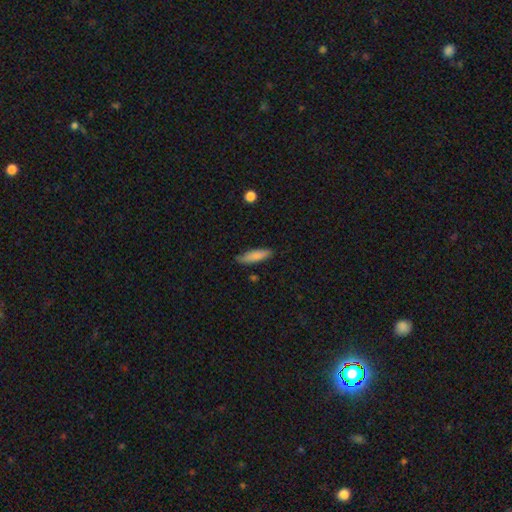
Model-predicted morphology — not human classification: This is clearly a smooth galaxy (83%). How rounded: likely cigar-shaped (64%). Merging: clearly none (82%).